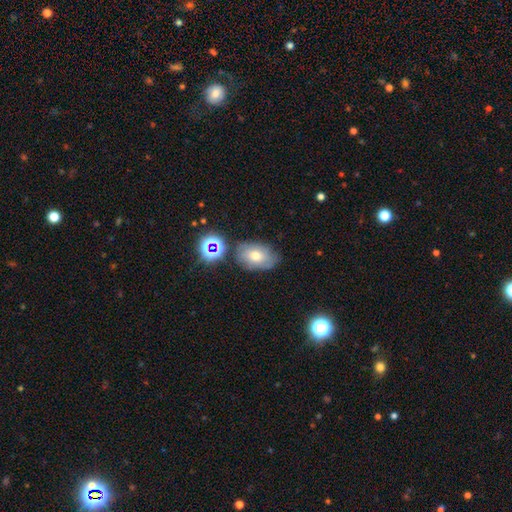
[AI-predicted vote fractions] smooth_or_featured: smooth (p=0.56) [alt: featured or disk p=0.26]
how_rounded: in between (p=0.81) [alt: round p=0.18]
merging: none (p=0.69) [alt: minor disturbance p=0.19]